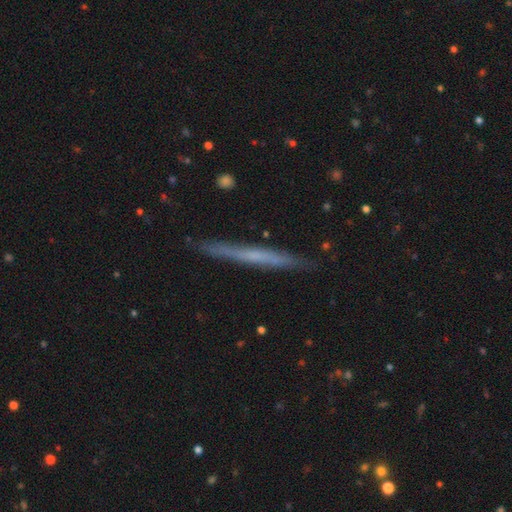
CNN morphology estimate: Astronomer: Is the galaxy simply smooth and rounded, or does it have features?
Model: featured or disk — 52% (runner-up: smooth, 42%).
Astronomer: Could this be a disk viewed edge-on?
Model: yes — 96%.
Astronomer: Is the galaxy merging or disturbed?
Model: none — 89%.